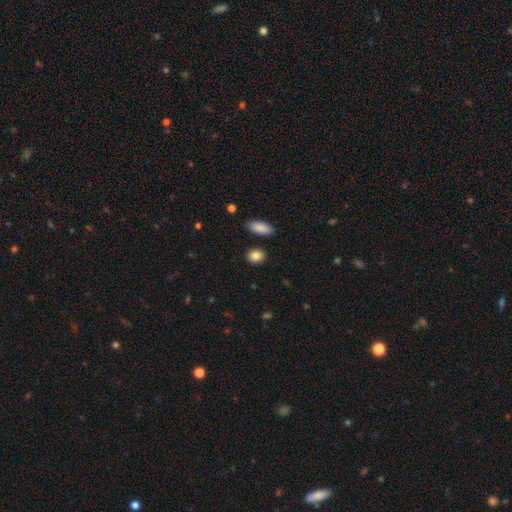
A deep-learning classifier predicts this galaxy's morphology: Smooth or featured? Predicted: smooth (p=0.87). How rounded? Predicted: round (p=0.51). Merging? Predicted: none (p=0.87).